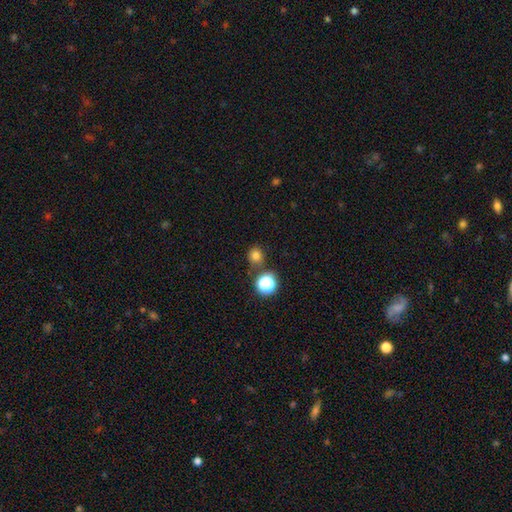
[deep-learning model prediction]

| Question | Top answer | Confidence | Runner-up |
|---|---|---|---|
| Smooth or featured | smooth | 76% | star or artifact (18%) |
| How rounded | round | 86% | in between (13%) |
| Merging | none | 78% | minor disturbance (10%) |